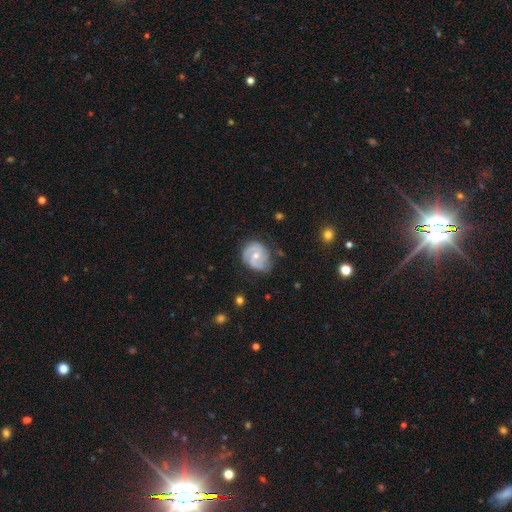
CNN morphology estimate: Smooth or featured: featured or disk — 73% (smooth — 21%)
Edge-on disk: no — 98% (yes — 2%)
Bar: no — 58% (weak — 35%)
Spiral arms: yes — 91% (no — 9%)
Spiral winding: medium — 43% (tight — 42%)
Spiral arm count: 2 — 68% (can't tell — 13%)
Bulge size: moderate — 59% (small — 38%)
Merging: none — 66% (minor disturbance — 25%)